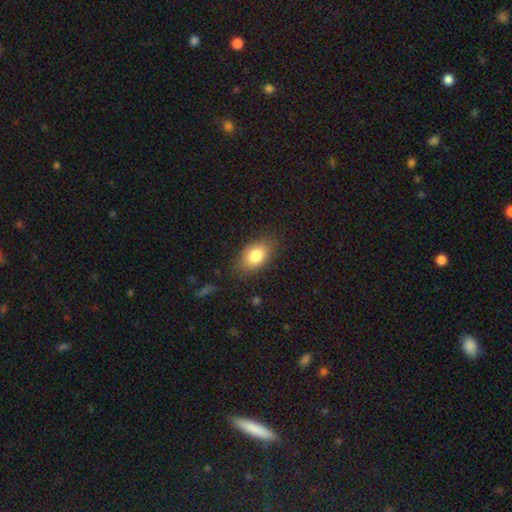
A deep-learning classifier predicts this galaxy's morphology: Smooth or featured: smooth — 81% (featured or disk — 11%)
How rounded: in between — 85% (round — 13%)
Merging: none — 81% (minor disturbance — 14%)